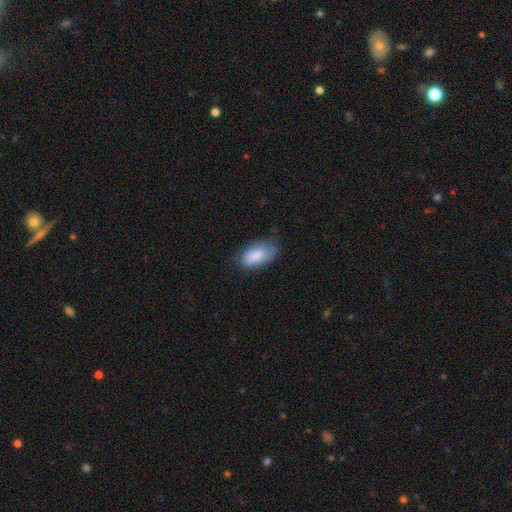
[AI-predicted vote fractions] A smooth galaxy with no disk features (84%) that is in between round and cigar-shaped (94%). Merging: none (63%).